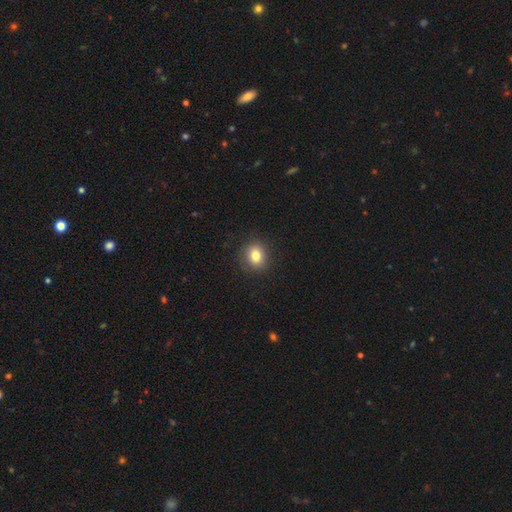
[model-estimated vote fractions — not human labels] This appears to be a smooth galaxy with no disk features (80%) that is round (75%). Merging: none (88%).